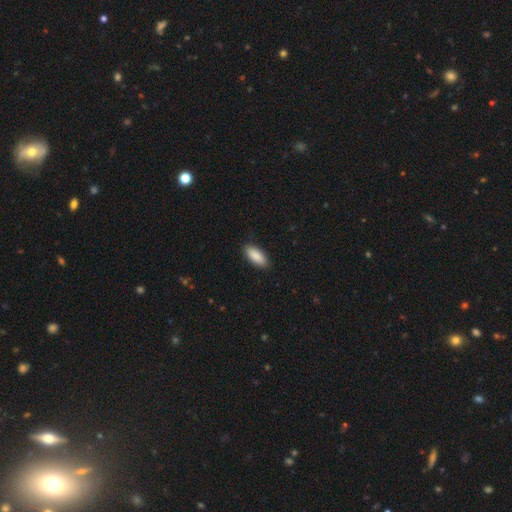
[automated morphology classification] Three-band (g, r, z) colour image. It shows a smooth galaxy with no disk features (90%) that is in between round and cigar-shaped (86%). Merging: none (87%).